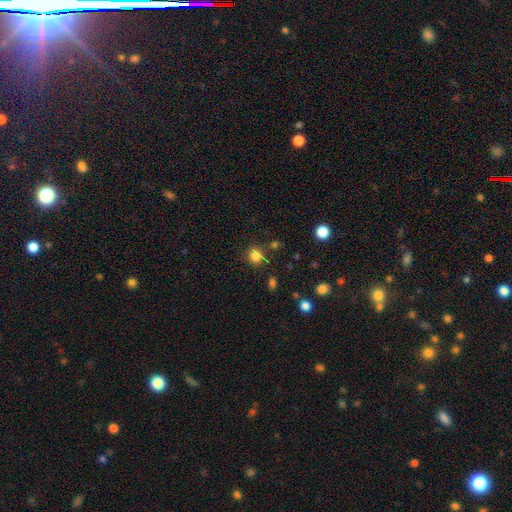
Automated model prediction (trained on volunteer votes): A smooth galaxy with no disk features (82%) that is round (83%).

Vote fractions:
- Smooth or featured? smooth: 82% / star or artifact: 13% / featured or disk: 5%
- How rounded? round: 83% / in between: 16% / cigar-shaped: 1%
- Merging? none: 79% / minor disturbance: 12% / merger: 5% / major disturbance: 4%